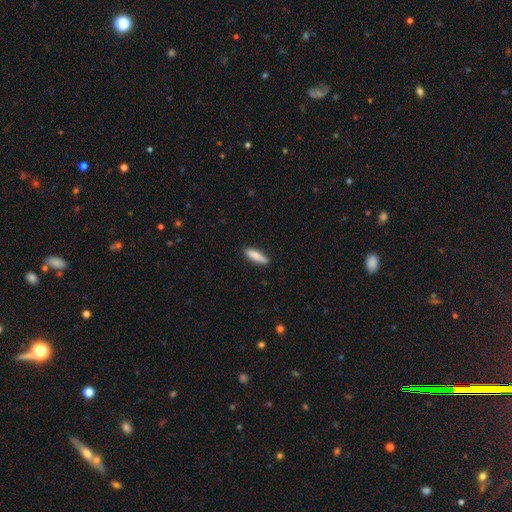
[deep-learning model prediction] This is clearly a smooth galaxy (85%). How rounded: likely cigar-shaped (67%). Merging: clearly none (85%).